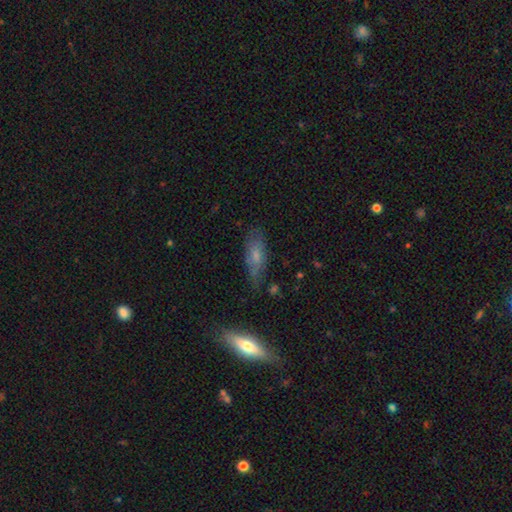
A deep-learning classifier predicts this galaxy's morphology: Smooth or featured: smooth — 60% (featured or disk — 30%)
How rounded: in between — 68% (cigar-shaped — 29%)
Merging: none — 64% (minor disturbance — 26%)